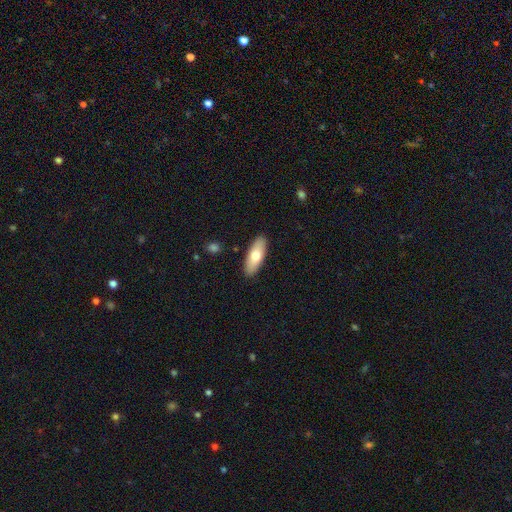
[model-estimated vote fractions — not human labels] Smooth or featured? Predicted: smooth (p=0.73). How rounded? Predicted: in between (p=0.69). Merging? Predicted: none (p=0.89).